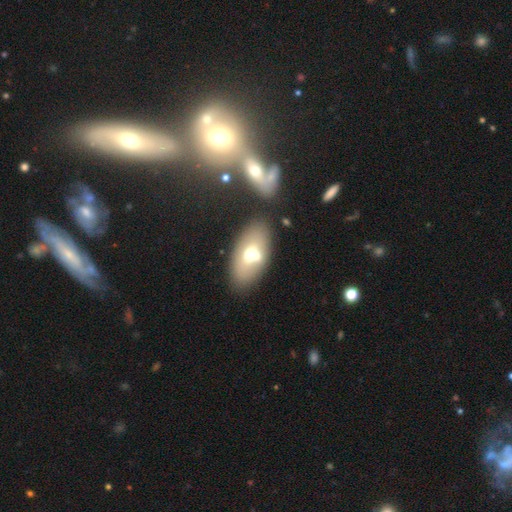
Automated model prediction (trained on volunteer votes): Q: Smooth or featured?
A: smooth (59%); runner-up: featured or disk (32%)
Q: How rounded?
A: in between (91%); runner-up: round (6%)
Q: Merging?
A: none (61%); runner-up: merger (21%)